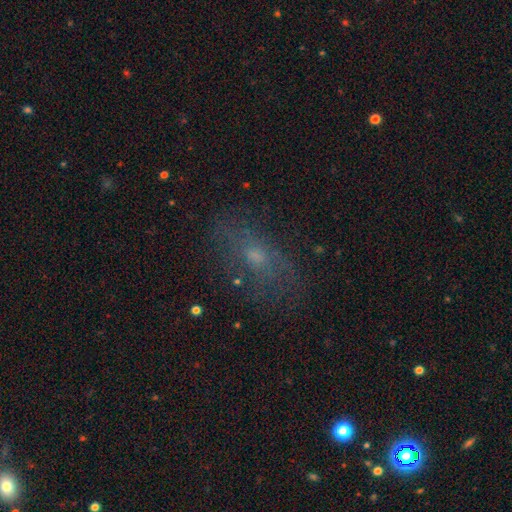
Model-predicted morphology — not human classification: A smooth galaxy with no disk features (44%).

Vote fractions:
- Smooth or featured? smooth: 44% / featured or disk: 32% / star or artifact: 24%
- Merging? none: 73% / minor disturbance: 17% / major disturbance: 8% / merger: 2%